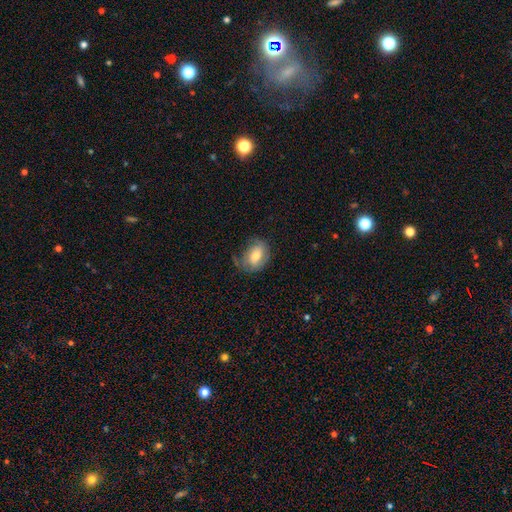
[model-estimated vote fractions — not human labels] A smooth galaxy with no disk features (54%) that is in between round and cigar-shaped (73%).

Vote fractions:
- Smooth or featured? smooth: 54% / featured or disk: 38% / star or artifact: 8%
- How rounded? in between: 73% / round: 25% / cigar-shaped: 2%
- Merging? none: 55% / minor disturbance: 30% / major disturbance: 14% / merger: 2%